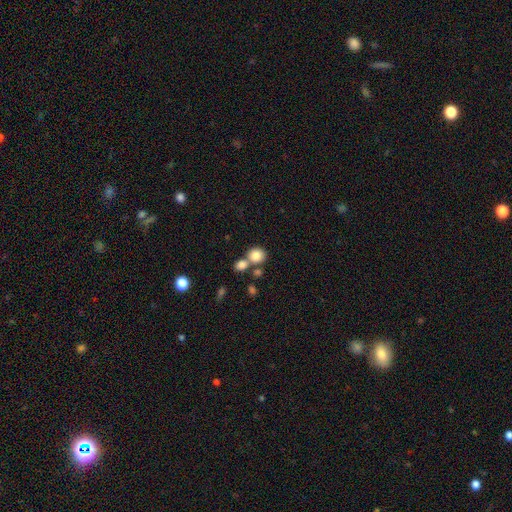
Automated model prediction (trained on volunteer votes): Smooth or featured? Predicted: smooth (p=0.82). How rounded? Predicted: round (p=0.80). Merging? Predicted: none (p=0.50).